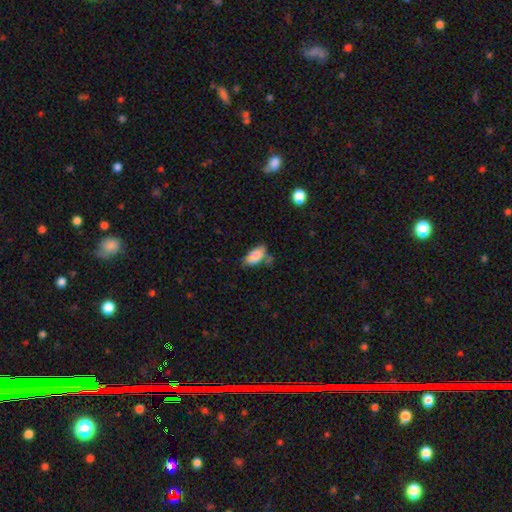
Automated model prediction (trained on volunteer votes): smooth 84%, star or artifact 8%, featured or disk 8%. Down the decision tree: how rounded — in between (92%); merging — none (46%).